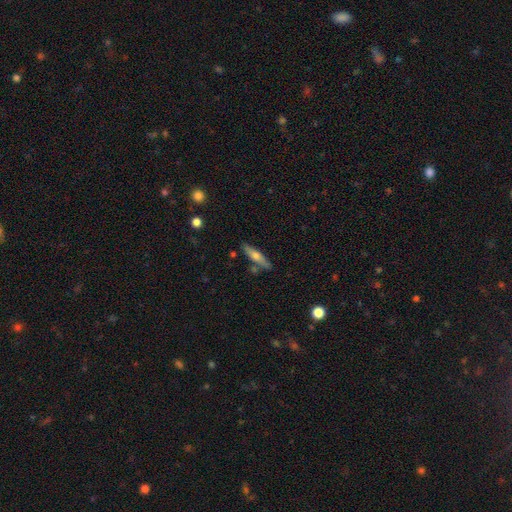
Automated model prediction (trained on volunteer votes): smooth_or_featured: smooth (p=0.49) [alt: featured or disk p=0.45]
merging: none (p=0.80) [alt: minor disturbance p=0.12]